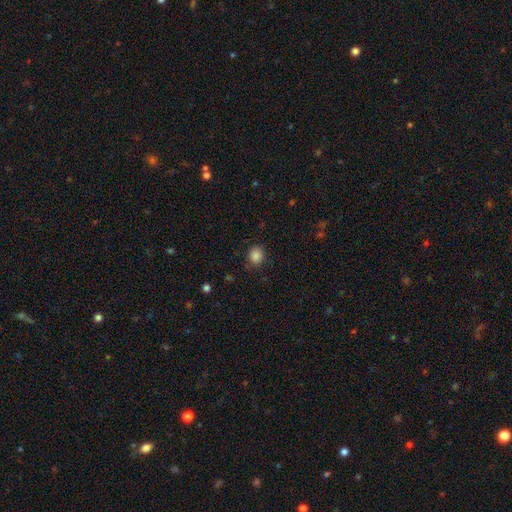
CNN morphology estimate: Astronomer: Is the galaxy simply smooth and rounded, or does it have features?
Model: smooth — 86%.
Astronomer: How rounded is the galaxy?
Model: round — 78%.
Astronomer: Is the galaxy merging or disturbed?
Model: none — 86%.